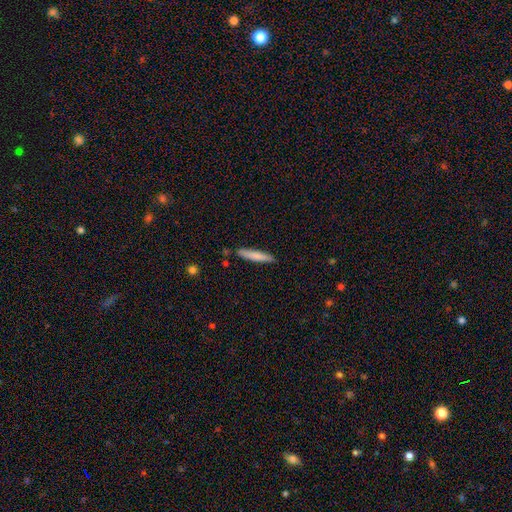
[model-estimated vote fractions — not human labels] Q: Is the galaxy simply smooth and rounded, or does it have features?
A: smooth — 78%.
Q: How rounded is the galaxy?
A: cigar-shaped — 90%.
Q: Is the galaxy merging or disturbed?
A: none — 84%.